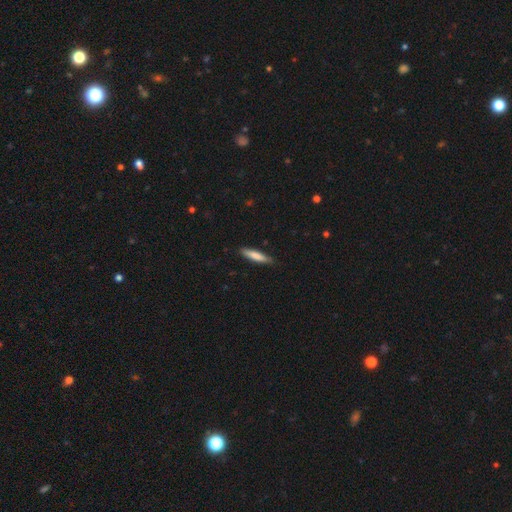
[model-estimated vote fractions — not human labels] Smooth or featured: smooth — 78% (featured or disk — 17%)
How rounded: cigar-shaped — 84% (in between — 15%)
Merging: none — 84% (minor disturbance — 13%)